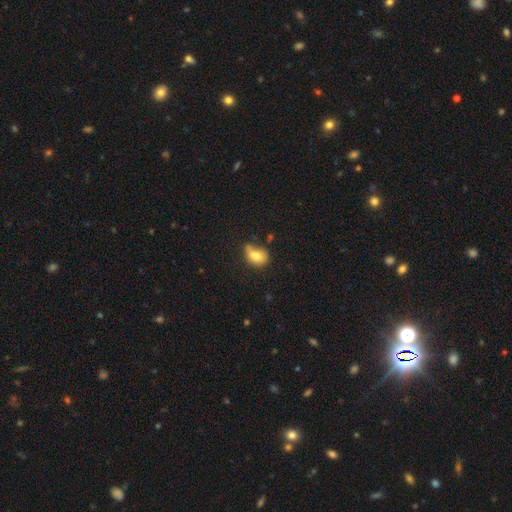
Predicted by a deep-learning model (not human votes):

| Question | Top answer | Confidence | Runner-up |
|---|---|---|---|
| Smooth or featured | smooth | 76% | featured or disk (15%) |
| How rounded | in between | 73% | round (25%) |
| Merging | none | 41% | minor disturbance (32%) |